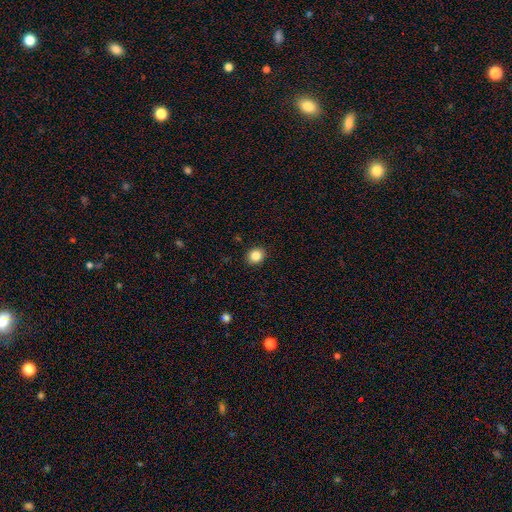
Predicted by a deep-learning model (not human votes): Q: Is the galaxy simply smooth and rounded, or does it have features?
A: smooth — 85%.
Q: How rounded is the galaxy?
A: round — 76%.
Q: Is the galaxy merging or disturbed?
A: none — 91%.